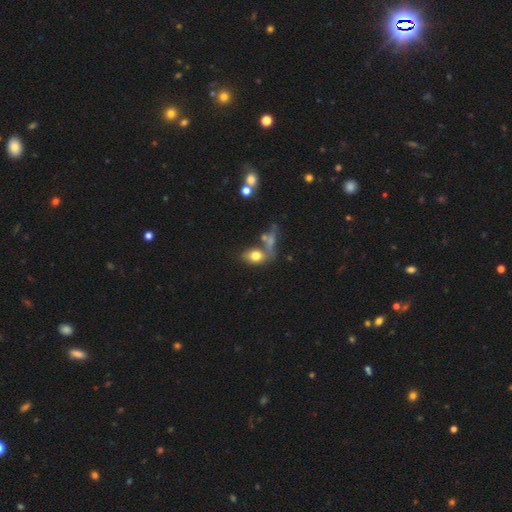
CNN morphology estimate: smooth_or_featured: smooth (p=0.75) [alt: featured or disk p=0.15]
how_rounded: in between (p=0.78) [alt: round p=0.18]
merging: none (p=0.47) [alt: merger p=0.29]